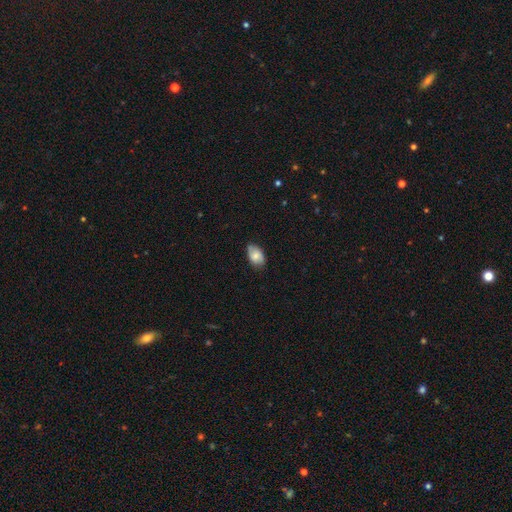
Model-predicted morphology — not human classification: Overall: smooth (76%). How rounded: in between (92%). Merging: none (75%).